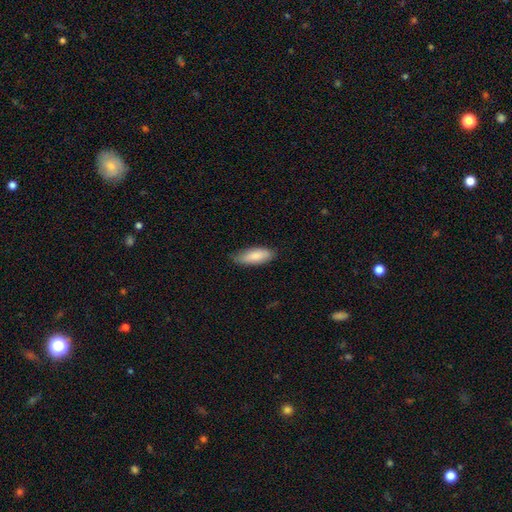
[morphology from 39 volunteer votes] smooth 90%, featured or disk 8%, star or artifact 3%. Down the decision tree: how rounded — in between (71%); merging — none (76%).